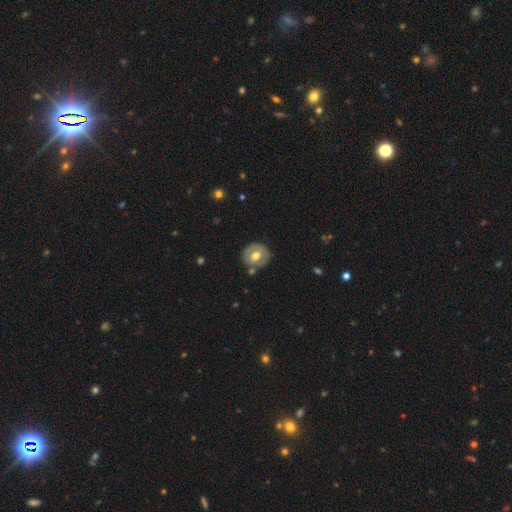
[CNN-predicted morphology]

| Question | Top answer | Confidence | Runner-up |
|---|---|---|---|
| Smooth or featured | smooth | 51% | featured or disk (42%) |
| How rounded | round | 78% | in between (21%) |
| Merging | none | 77% | minor disturbance (14%) |